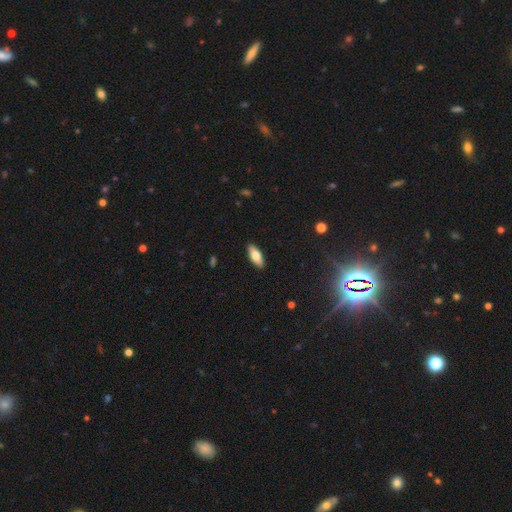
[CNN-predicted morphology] Smooth or featured: smooth — 69% (featured or disk — 25%)
How rounded: in between — 73% (cigar-shaped — 24%)
Merging: none — 90% (minor disturbance — 7%)